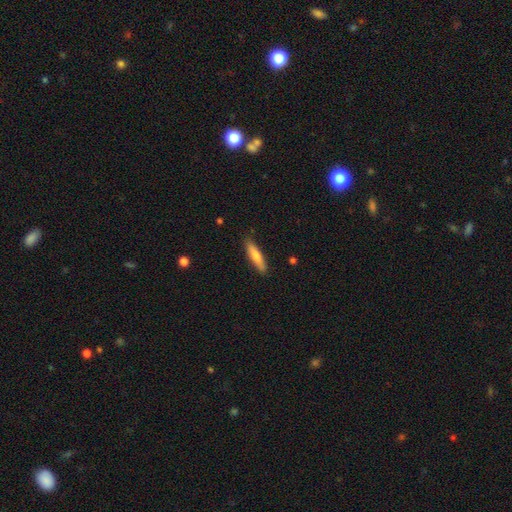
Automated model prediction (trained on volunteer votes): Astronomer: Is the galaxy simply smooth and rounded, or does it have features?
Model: smooth — 74%.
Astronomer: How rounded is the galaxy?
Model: cigar-shaped — 80%.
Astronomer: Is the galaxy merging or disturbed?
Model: none — 87%.